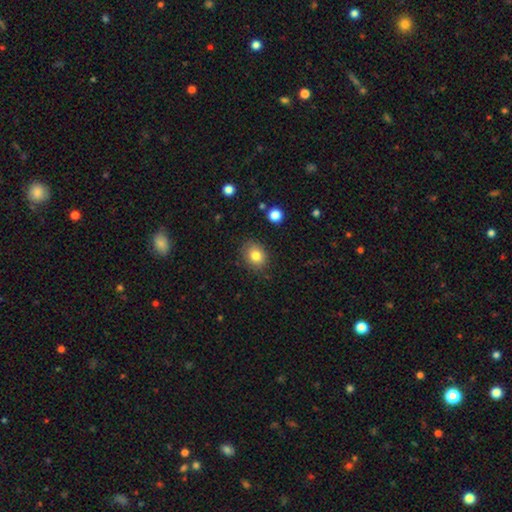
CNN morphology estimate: A smooth galaxy with no disk features (81%) that is round (58%). Merging: none (84%).